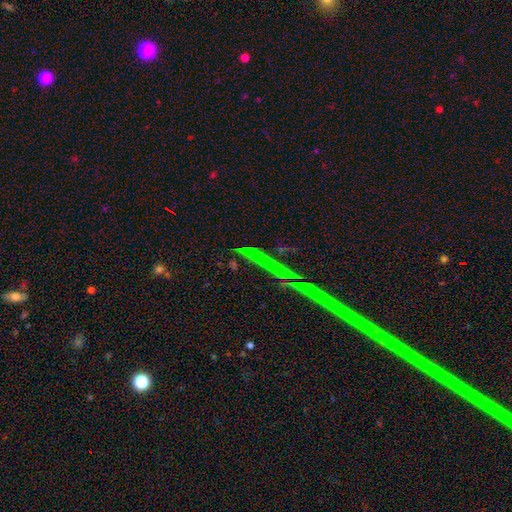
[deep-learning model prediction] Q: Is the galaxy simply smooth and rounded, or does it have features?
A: star or artifact — 83%.